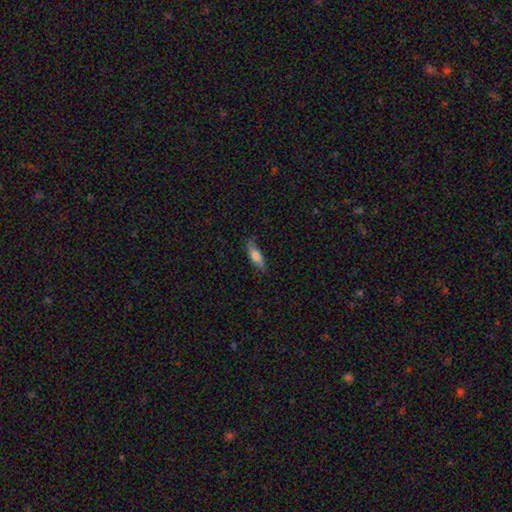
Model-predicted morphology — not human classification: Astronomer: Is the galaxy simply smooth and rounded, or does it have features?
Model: smooth — 74%.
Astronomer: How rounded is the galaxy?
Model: cigar-shaped — 52% (runner-up: in between, 46%).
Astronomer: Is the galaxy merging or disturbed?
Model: none — 78%.